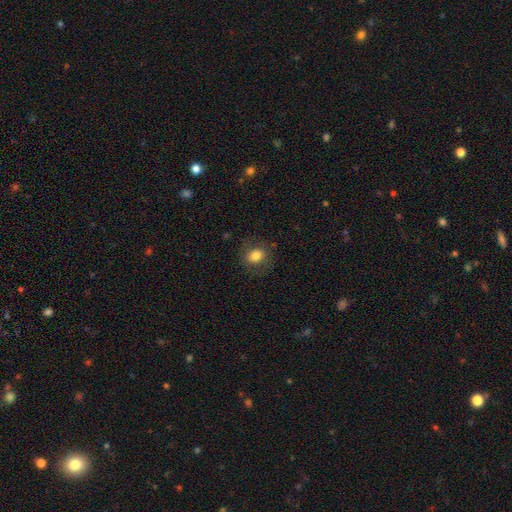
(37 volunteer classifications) This is clearly a smooth galaxy (84%). How rounded: likely round (61%). Merging: clearly none (80%).